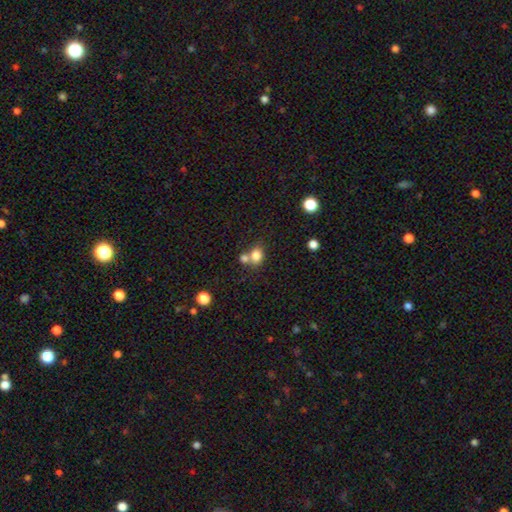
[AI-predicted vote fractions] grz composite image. It shows a smooth galaxy with no disk features (80%) that is round (55%). Merging: none (43%, tied with merger).